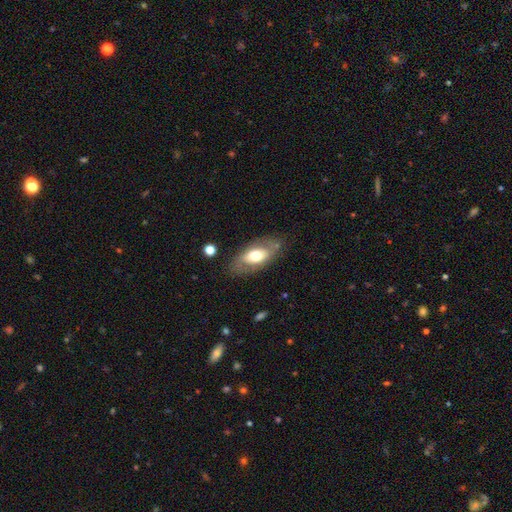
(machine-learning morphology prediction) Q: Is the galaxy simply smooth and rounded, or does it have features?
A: smooth — 53%.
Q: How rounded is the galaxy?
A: in between — 88%.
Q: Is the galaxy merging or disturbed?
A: none — 74%.